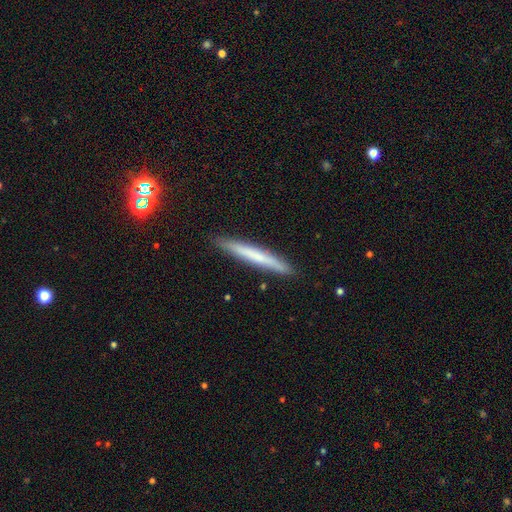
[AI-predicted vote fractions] Smooth or featured? Predicted: smooth (p=0.58). How rounded? Predicted: cigar-shaped (p=0.96). Merging? Predicted: none (p=0.90).